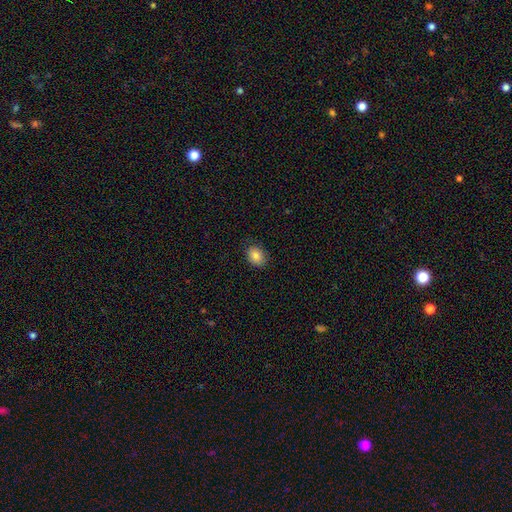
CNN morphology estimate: A smooth galaxy with no disk features (81%) that is in between round and cigar-shaped (61%). Merging: none (86%).